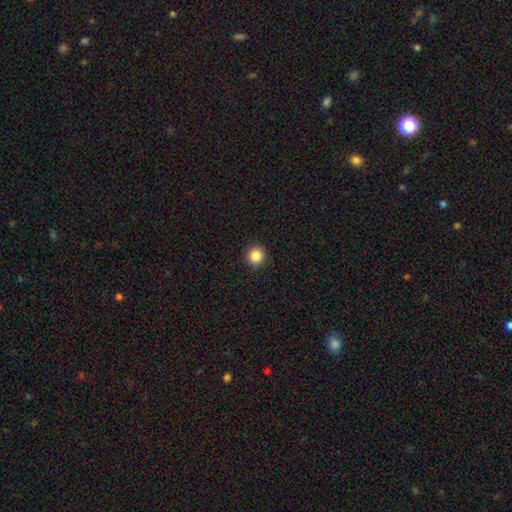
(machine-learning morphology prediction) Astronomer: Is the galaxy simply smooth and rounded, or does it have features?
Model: smooth — 87%.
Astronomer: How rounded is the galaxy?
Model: round — 92%.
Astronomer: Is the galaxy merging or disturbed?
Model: none — 92%.